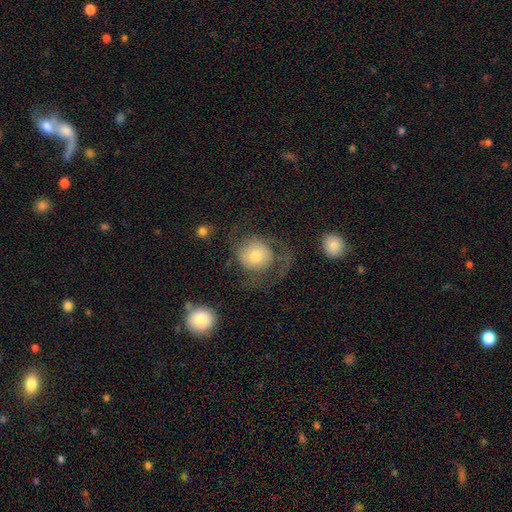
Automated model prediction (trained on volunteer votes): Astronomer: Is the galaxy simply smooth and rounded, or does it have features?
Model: featured or disk — 53% (runner-up: smooth, 39%).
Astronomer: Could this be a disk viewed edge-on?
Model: no — 97%.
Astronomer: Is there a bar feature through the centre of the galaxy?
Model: no — 78%.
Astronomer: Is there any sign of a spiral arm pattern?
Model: yes — 79%.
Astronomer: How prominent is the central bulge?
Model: moderate — 58%.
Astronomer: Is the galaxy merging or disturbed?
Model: none — 44% (runner-up: major disturbance, 36%).